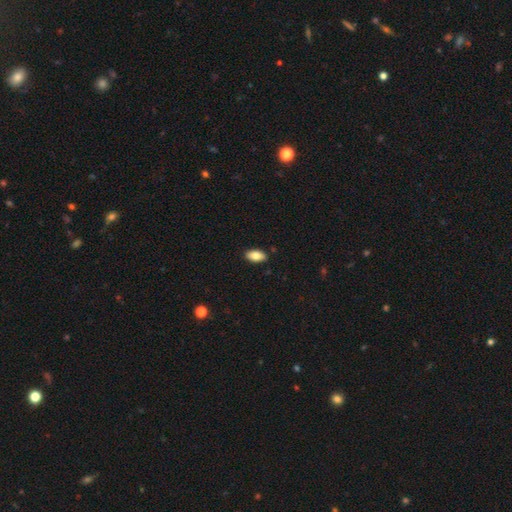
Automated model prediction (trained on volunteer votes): Smooth or featured? smooth (82%)
How rounded? in between (92%)
Merging? none (89%)